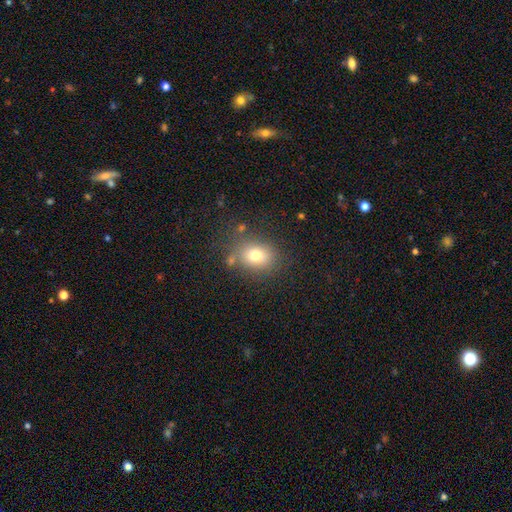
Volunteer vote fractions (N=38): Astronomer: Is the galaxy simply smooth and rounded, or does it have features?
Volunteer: smooth — 82%.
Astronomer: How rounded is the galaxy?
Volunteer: round — 68%.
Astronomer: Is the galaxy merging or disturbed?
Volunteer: none — 81%.